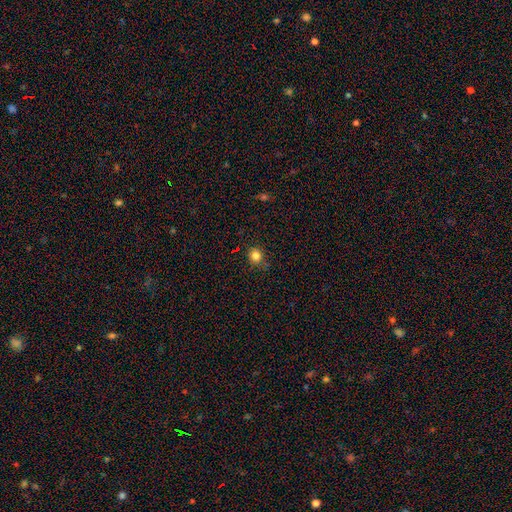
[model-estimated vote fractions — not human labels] smooth 82%, star or artifact 13%, featured or disk 5%. Down the decision tree: how rounded — round (87%); merging — none (83%).